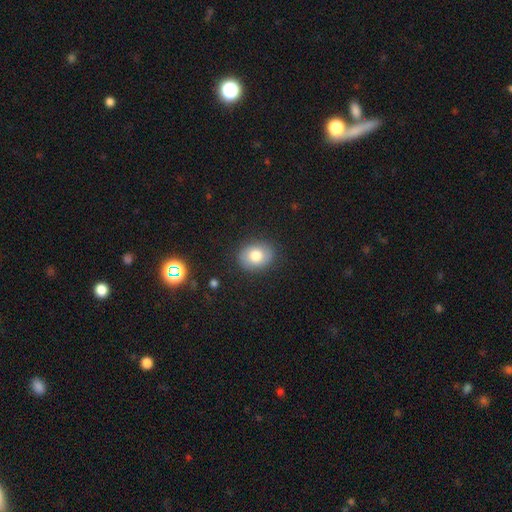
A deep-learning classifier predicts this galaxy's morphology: Smooth or featured? smooth (77%)
How rounded? in between (55%)
Merging? none (86%)